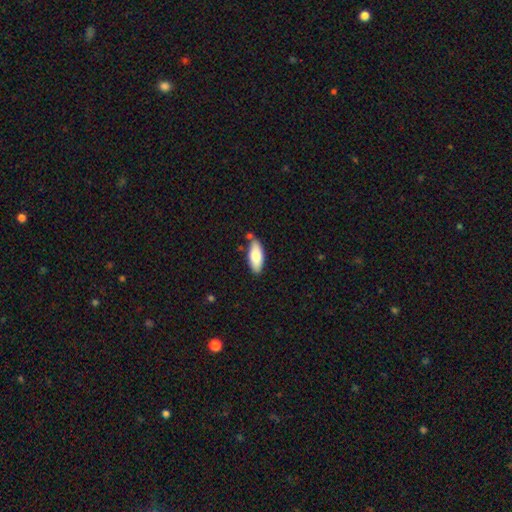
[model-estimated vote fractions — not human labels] A smooth galaxy with no disk features (79%) that is in between round and cigar-shaped (80%). Merging: none (75%).